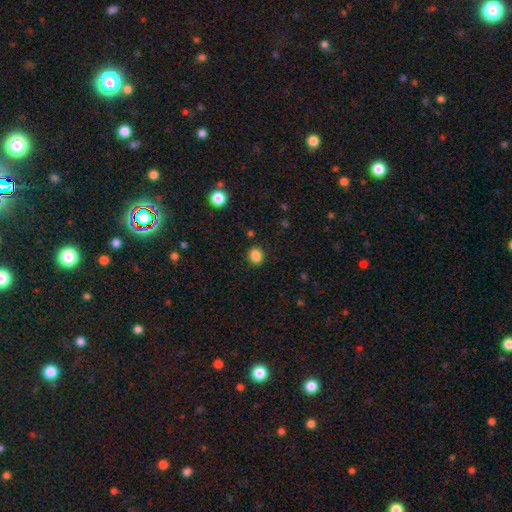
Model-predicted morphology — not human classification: Overall: smooth (86%). How rounded: round (62%; in between 37%). Merging: none (89%).